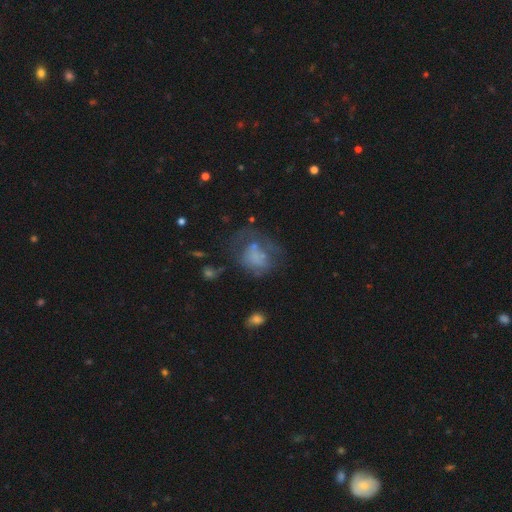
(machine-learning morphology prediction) type=smooth (47%); merging=major disturbance (38%).